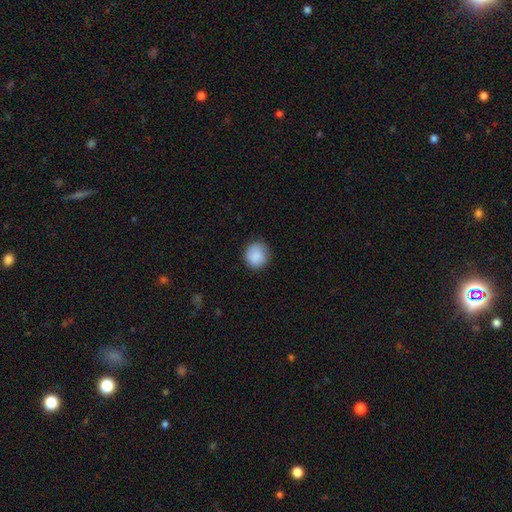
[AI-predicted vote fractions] This appears to be a smooth galaxy with no disk features (88%) that is round (87%). Merging: none (83%).